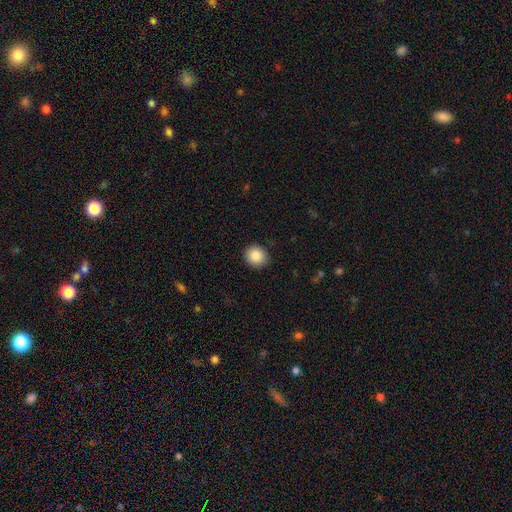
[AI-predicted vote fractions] Smooth or featured: smooth — 87% (star or artifact — 8%)
How rounded: round — 83% (in between — 16%)
Merging: none — 90% (minor disturbance — 7%)